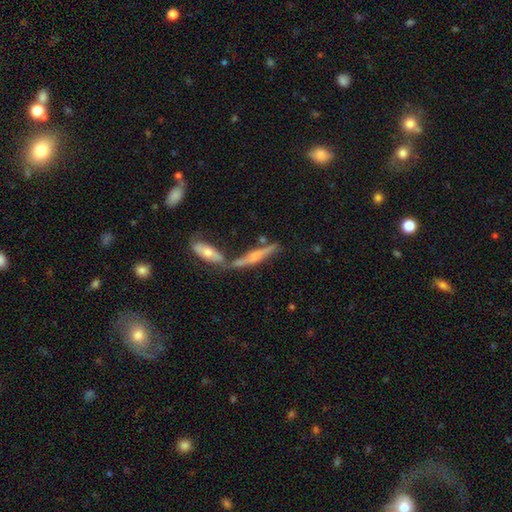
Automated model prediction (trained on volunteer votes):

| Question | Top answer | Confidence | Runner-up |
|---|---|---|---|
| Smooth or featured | featured or disk | 55% | smooth (38%) |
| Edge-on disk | yes | 87% | no (13%) |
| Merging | none | 45% | merger (37%) |